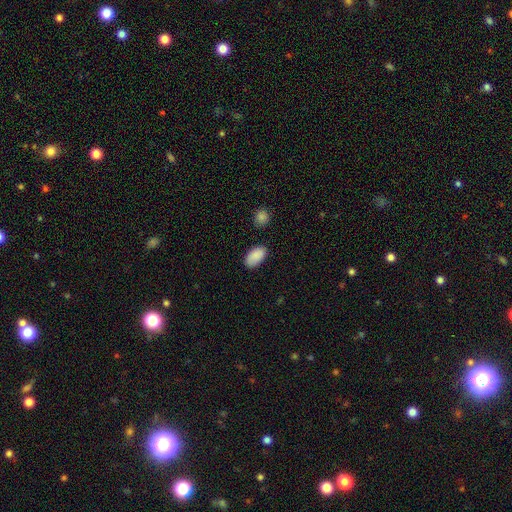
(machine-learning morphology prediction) Smooth or featured?
  - smooth: 89% *
  - star or artifact: 7%
  - featured or disk: 4%
How rounded?
  - in between: 94% *
  - round: 4%
  - cigar-shaped: 2%
Merging?
  - none: 80% *
  - minor disturbance: 14%
  - major disturbance: 3%
  - merger: 3%